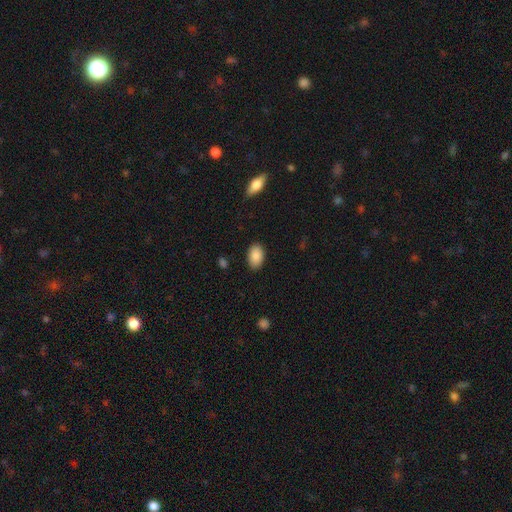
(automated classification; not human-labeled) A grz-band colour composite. It shows a smooth galaxy with no disk features (89%) that is in between round and cigar-shaped (90%). Merging: none (87%).